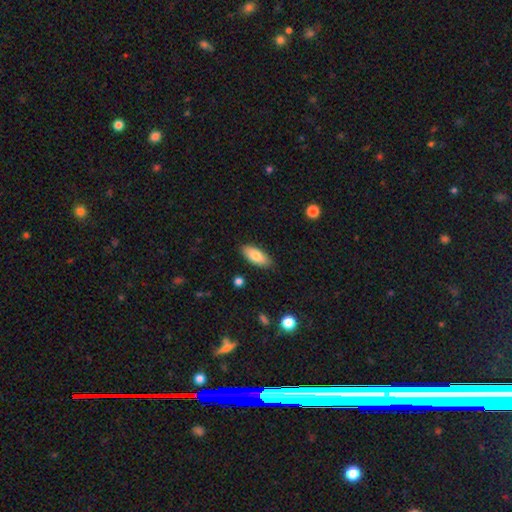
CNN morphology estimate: smooth-or-featured: smooth: 80% | featured or disk: 14% | star or artifact: 6%
  how-rounded: in between: 84% | cigar-shaped: 14% | round: 2%
  merging: none: 87% | minor disturbance: 10% | major disturbance: 2% | merger: 1%